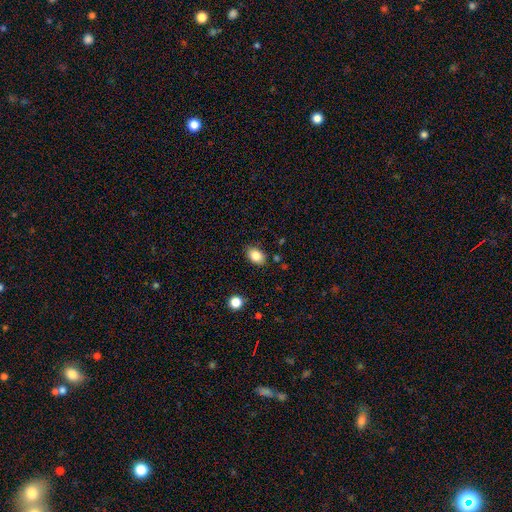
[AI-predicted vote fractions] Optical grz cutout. It shows a smooth galaxy with no disk features (84%) that is in between round and cigar-shaped (83%). Merging: none (85%).